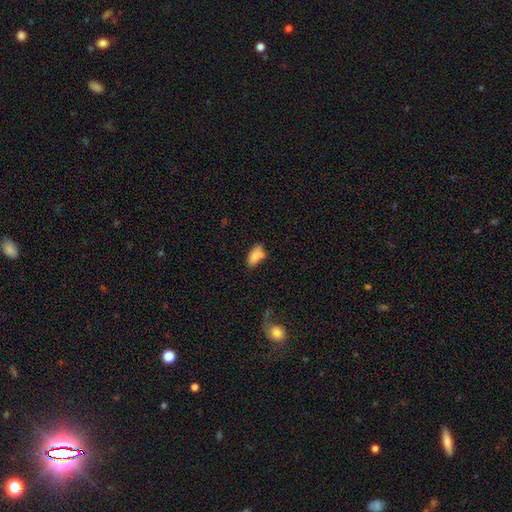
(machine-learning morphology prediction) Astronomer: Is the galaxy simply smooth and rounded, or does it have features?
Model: smooth — 81%.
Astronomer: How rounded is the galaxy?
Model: in between — 90%.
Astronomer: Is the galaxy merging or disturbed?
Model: none — 56%.